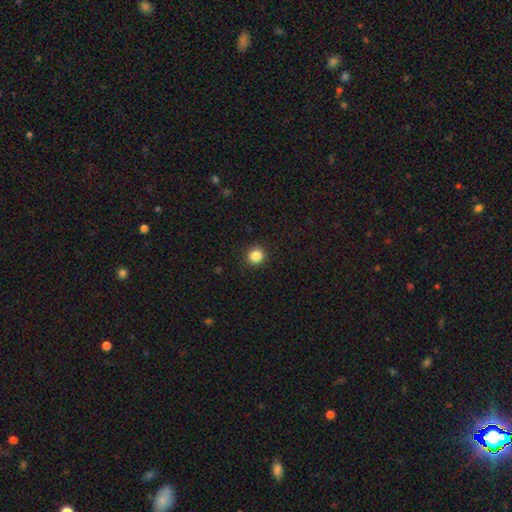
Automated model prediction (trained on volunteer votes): smooth_or_featured: smooth (p=0.86) [alt: star or artifact p=0.11]
how_rounded: round (p=0.92) [alt: in between p=0.07]
merging: none (p=0.92) [alt: minor disturbance p=0.06]